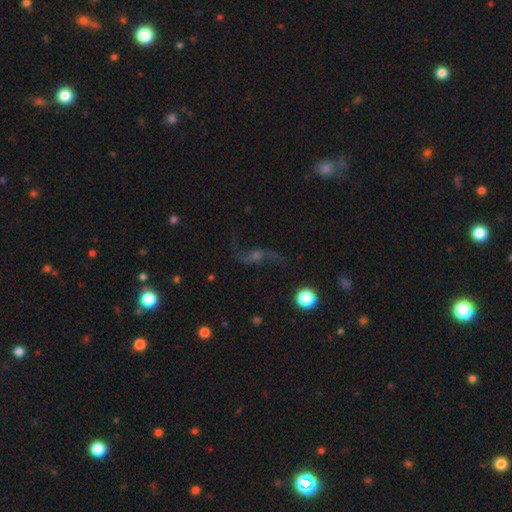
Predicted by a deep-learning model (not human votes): Overall: featured or disk (75%). Edge-on disk: no (89%). Bar: no (59%; weak 31%). Spiral arms: yes (93%). Spiral arm count: 2 (92%). Spiral winding: loose (90%). Bulge size: small (39%; moderate 37%). Merging: none (72%).